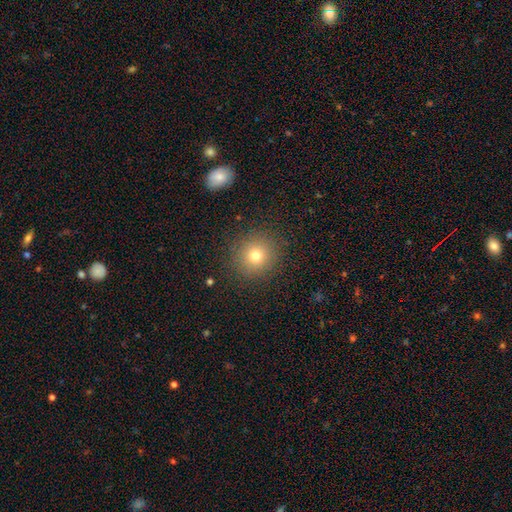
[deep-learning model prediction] Smooth or featured? Predicted: smooth (p=0.75). How rounded? Predicted: round (p=0.91). Merging? Predicted: none (p=0.89).